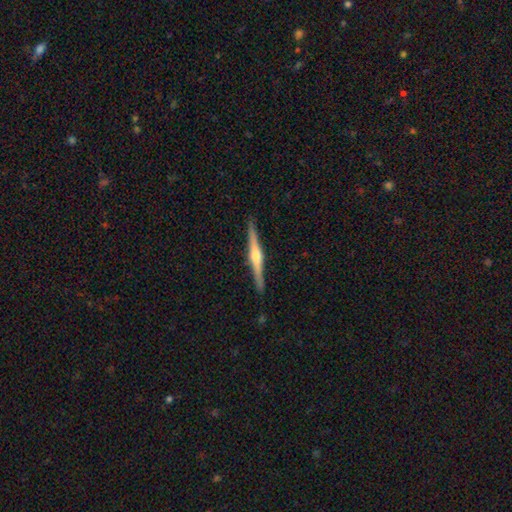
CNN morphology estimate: smooth_or_featured: featured or disk (p=0.78) [alt: smooth p=0.17]
disk_edge_on: yes (p=0.98) [alt: no p=0.02]
edge_on_bulge: rounded (p=0.87) [alt: boxy p=0.08]
merging: none (p=0.91) [alt: minor disturbance p=0.06]